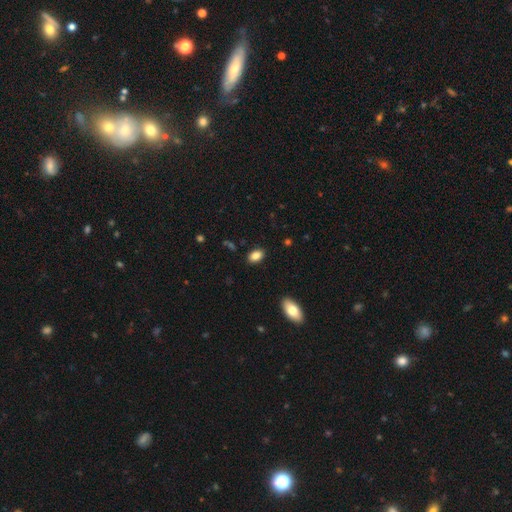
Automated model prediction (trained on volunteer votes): A smooth galaxy with no disk features (86%) that is in between round and cigar-shaped (89%). Merging: none (88%).